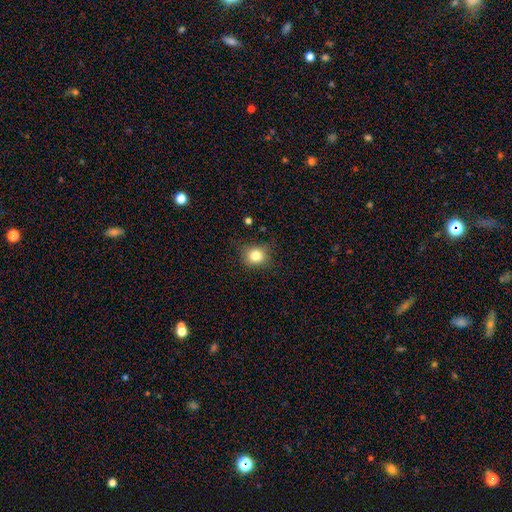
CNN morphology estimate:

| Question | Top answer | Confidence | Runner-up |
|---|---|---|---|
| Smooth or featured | smooth | 82% | star or artifact (11%) |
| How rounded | round | 78% | in between (21%) |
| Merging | none | 80% | minor disturbance (15%) |